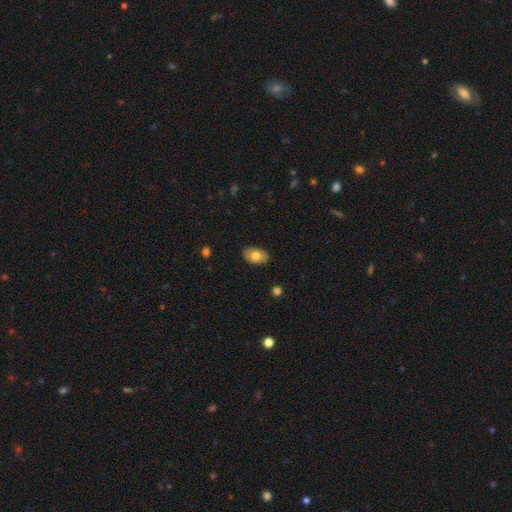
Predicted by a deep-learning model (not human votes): Smooth or featured? smooth (76%)
How rounded? in between (90%)
Merging? none (86%)